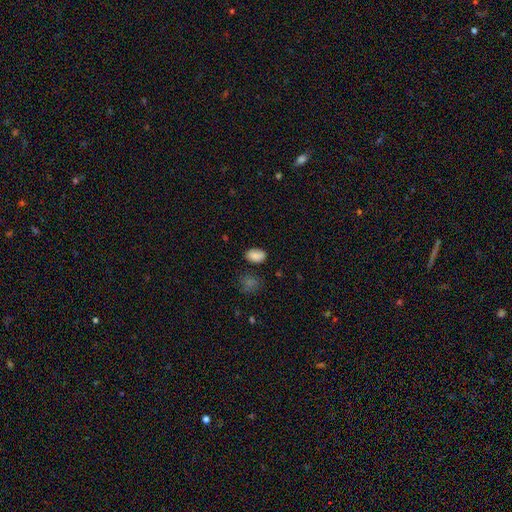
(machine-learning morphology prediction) type=smooth (83%); roundness=in between (89%); merging=none (76%).